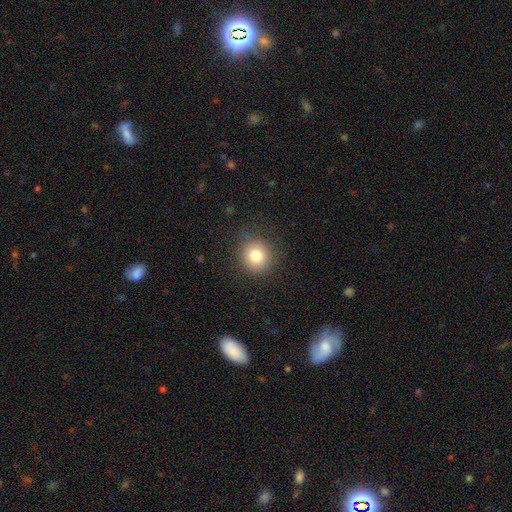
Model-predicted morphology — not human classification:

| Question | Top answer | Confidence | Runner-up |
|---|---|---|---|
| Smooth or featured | smooth | 79% | star or artifact (12%) |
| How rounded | round | 93% | in between (6%) |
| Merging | none | 86% | minor disturbance (9%) |